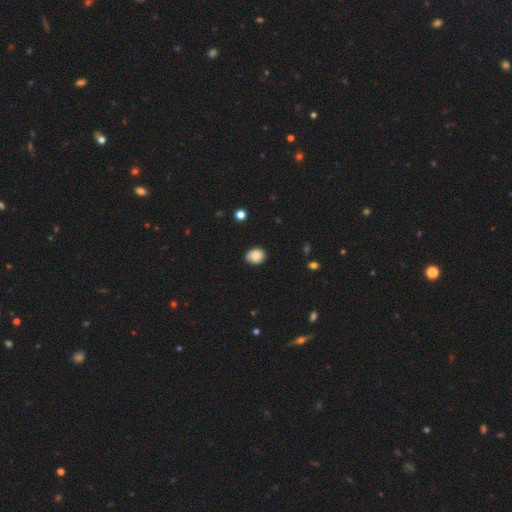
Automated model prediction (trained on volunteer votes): smooth_or_featured: smooth (p=0.86) [alt: star or artifact p=0.08]
how_rounded: round (p=0.55) [alt: in between p=0.44]
merging: none (p=0.78) [alt: minor disturbance p=0.18]